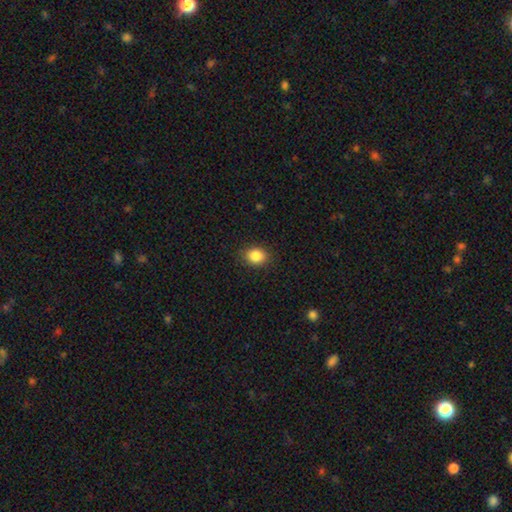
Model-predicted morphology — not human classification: Overall: smooth (86%). How rounded: round (56%; in between 43%). Merging: none (88%).